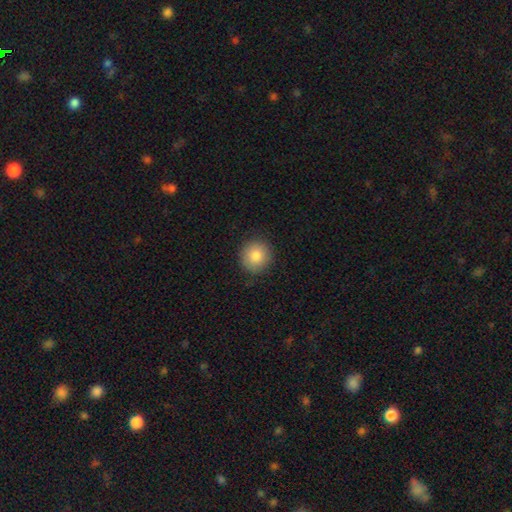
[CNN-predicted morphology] A smooth galaxy with no disk features (83%) that is round (90%).

Vote fractions:
- Smooth or featured? smooth: 83% / star or artifact: 9% / featured or disk: 8%
- How rounded? round: 90% / in between: 9% / cigar-shaped: 1%
- Merging? none: 87% / minor disturbance: 9% / major disturbance: 2% / merger: 1%